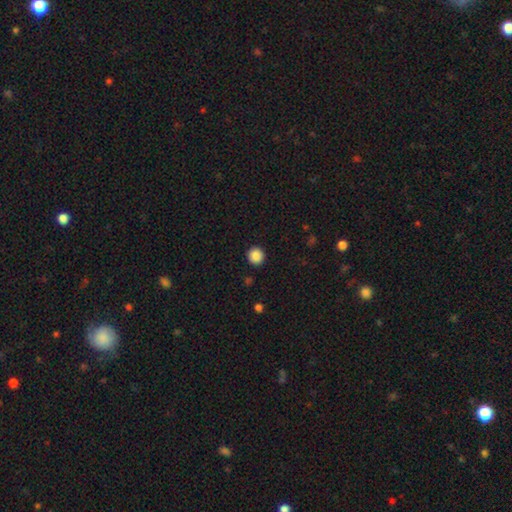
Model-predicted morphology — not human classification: This appears to be a smooth galaxy with no disk features (88%) that is round (93%). Merging: none (92%).